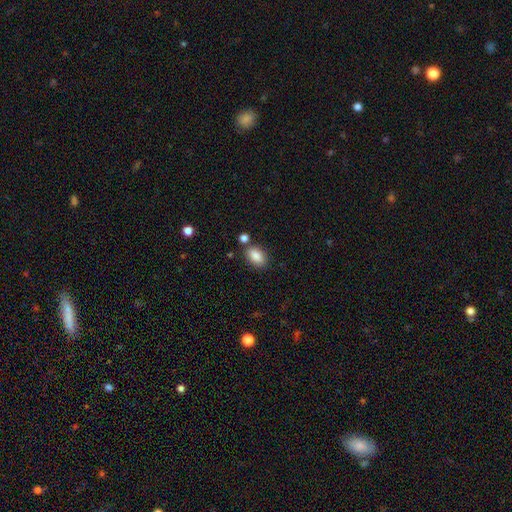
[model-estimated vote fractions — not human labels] Smooth or featured? smooth (87%)
How rounded? in between (89%)
Merging? none (76%)